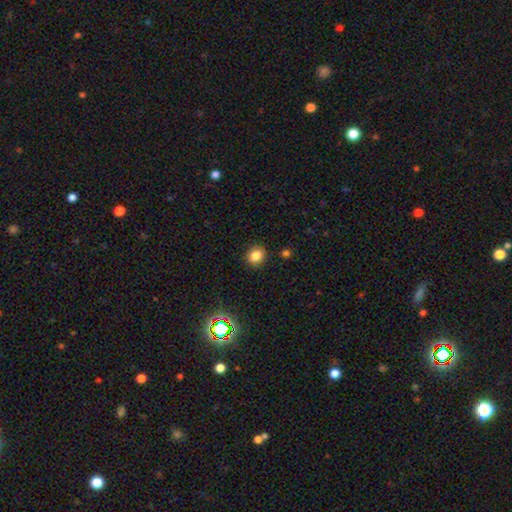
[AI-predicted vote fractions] Smooth or featured? Predicted: smooth (p=0.82). How rounded? Predicted: round (p=0.67). Merging? Predicted: none (p=0.89).